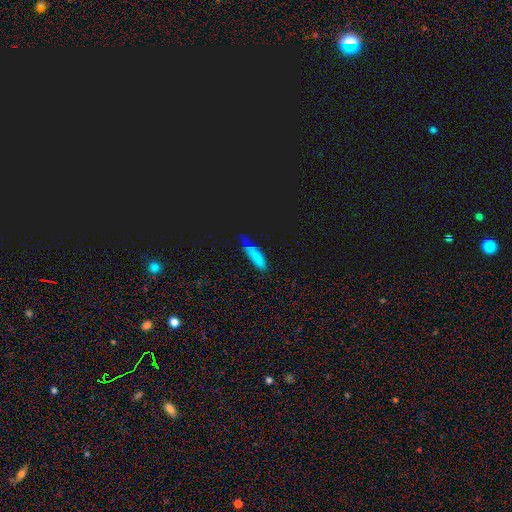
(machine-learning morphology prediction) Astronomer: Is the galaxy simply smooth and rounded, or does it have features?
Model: smooth — 56% (runner-up: star or artifact, 32%).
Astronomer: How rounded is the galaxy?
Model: cigar-shaped — 61%.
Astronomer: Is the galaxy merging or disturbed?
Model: none — 70%.